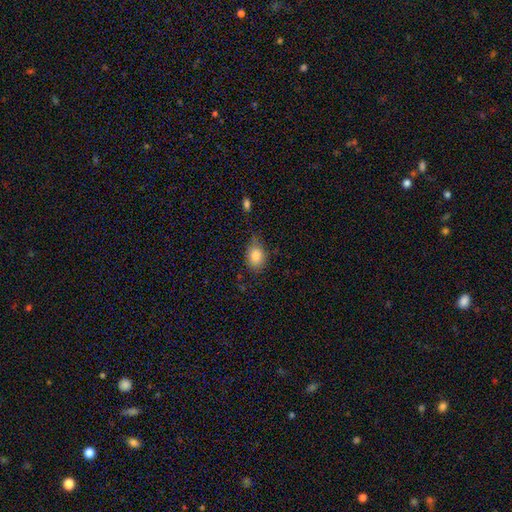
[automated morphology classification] A smooth galaxy with no disk features (83%) that is in between round and cigar-shaped (62%). Merging: none (66%).